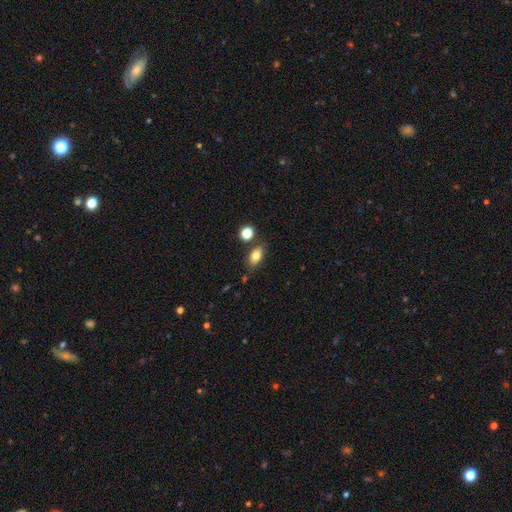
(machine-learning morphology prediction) A smooth galaxy with no disk features (78%) that is in between round and cigar-shaped (84%).

Vote fractions:
- Smooth or featured? smooth: 78% / featured or disk: 12% / star or artifact: 9%
- How rounded? in between: 84% / round: 12% / cigar-shaped: 4%
- Merging? none: 77% / minor disturbance: 13% / merger: 7% / major disturbance: 3%